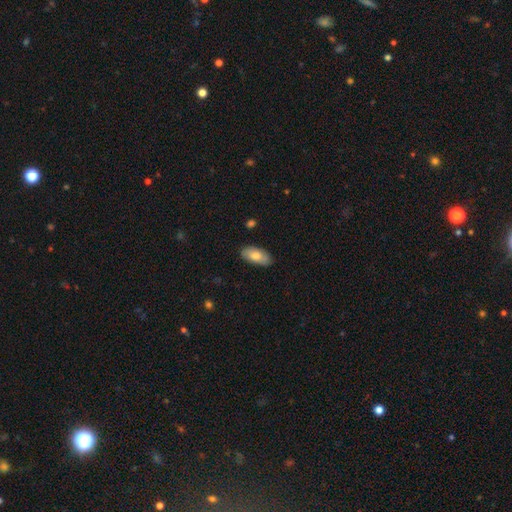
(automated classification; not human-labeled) Smooth or featured? smooth (80%)
How rounded? in between (91%)
Merging? none (86%)